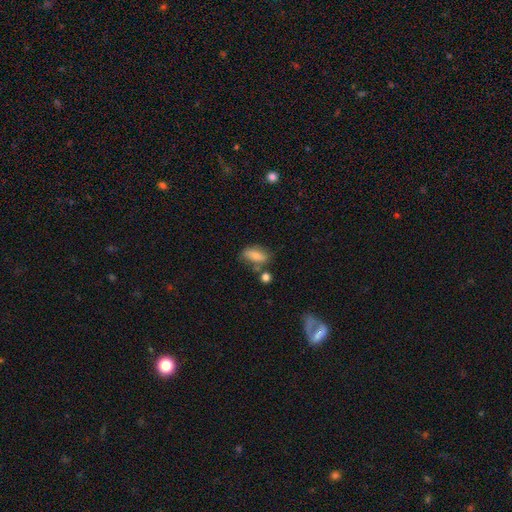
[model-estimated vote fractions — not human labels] Smooth or featured?
  - smooth: 78% *
  - featured or disk: 14%
  - star or artifact: 8%
How rounded?
  - in between: 80% *
  - cigar-shaped: 15%
  - round: 5%
Merging?
  - none: 59% *
  - minor disturbance: 21%
  - merger: 13%
  - major disturbance: 7%